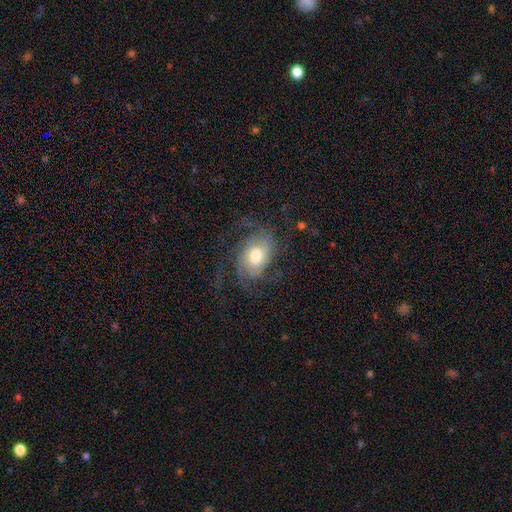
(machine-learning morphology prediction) Smooth or featured? featured or disk (81%)
Edge-on disk? no (97%)
Bar? no (61%)
Spiral arms? yes (95%)
Spiral winding? medium (41%)
Spiral arm count? 3 (27%)
Bulge size? moderate (65%)
Merging? none (65%)